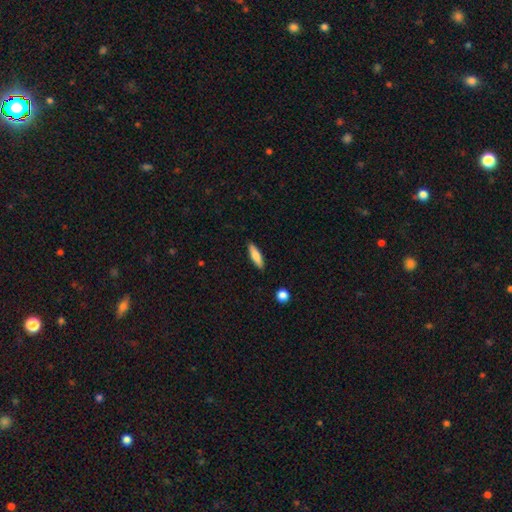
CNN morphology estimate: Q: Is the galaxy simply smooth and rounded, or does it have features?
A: smooth — 77%.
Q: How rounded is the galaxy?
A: cigar-shaped — 68%.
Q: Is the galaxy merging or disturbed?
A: none — 89%.